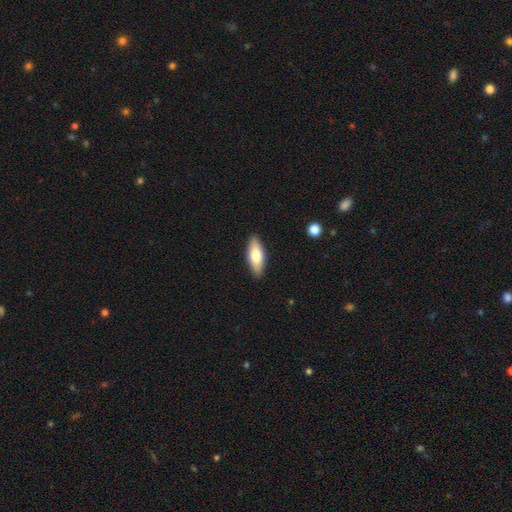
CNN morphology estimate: A smooth galaxy with no disk features (70%) that is in between round and cigar-shaped (70%). Merging: none (89%).